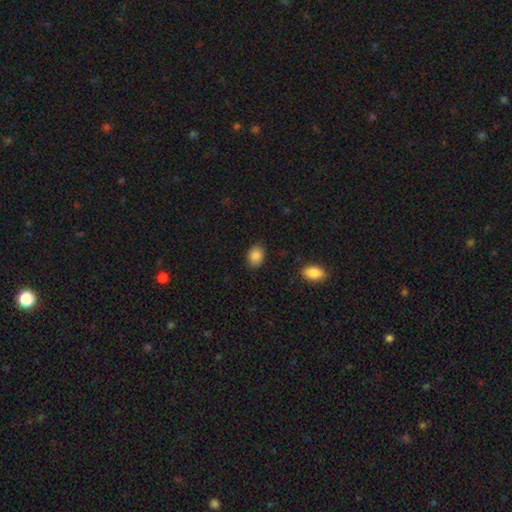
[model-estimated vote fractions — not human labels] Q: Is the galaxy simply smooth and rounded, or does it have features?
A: smooth — 87%.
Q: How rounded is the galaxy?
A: in between — 74%.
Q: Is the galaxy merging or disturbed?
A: none — 86%.